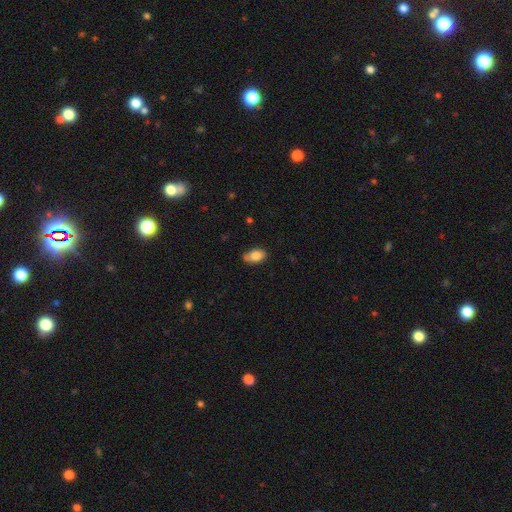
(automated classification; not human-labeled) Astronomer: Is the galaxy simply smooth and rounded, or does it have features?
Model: smooth — 84%.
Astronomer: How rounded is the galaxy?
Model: in between — 89%.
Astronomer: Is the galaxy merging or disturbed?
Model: none — 63%.